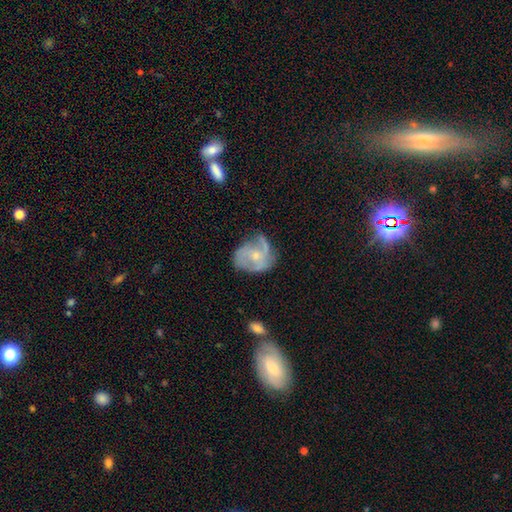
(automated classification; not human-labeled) A featured or disk galaxy (69%) with no bar (72%), 2 (35%) medium (42%) spiral arms (80%) and a small central bulge (59%). Merging: none (46%).